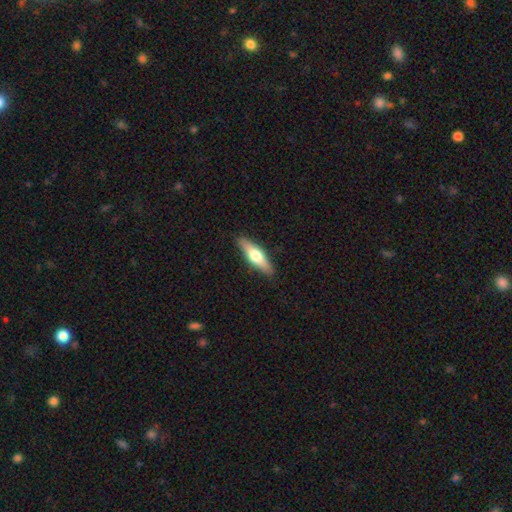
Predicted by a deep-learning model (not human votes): Q: Smooth or featured?
A: smooth (51%); runner-up: featured or disk (43%)
Q: How rounded?
A: cigar-shaped (61%); runner-up: in between (36%)
Q: Merging?
A: none (89%); runner-up: minor disturbance (8%)